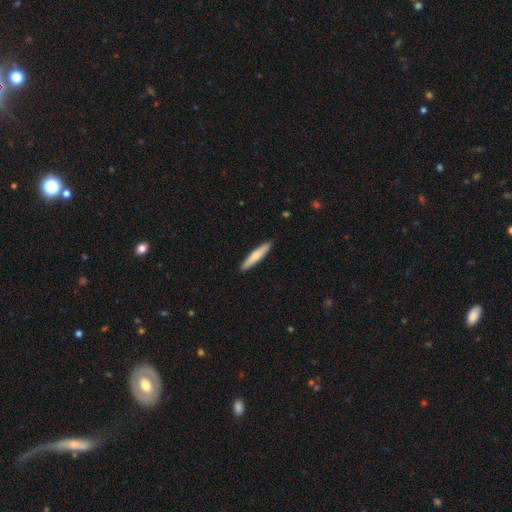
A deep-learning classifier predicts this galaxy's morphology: Smooth or featured?
  - smooth: 65% *
  - featured or disk: 30%
  - star or artifact: 5%
How rounded?
  - cigar-shaped: 90% *
  - in between: 9%
  - round: 1%
Merging?
  - none: 90% *
  - minor disturbance: 7%
  - major disturbance: 1%
  - merger: 1%